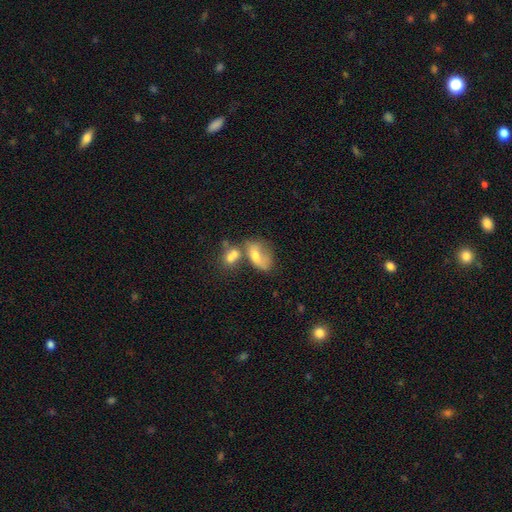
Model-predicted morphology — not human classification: The model was most divided on "merging": merger: 49%, none: 23%, minor disturbance: 14%, major disturbance: 13%. More confident: how rounded — in between (85%); smooth or featured — smooth (58%).